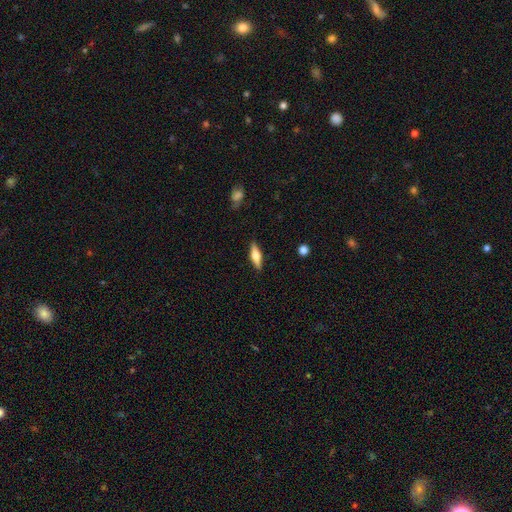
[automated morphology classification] Smooth or featured? smooth (48%)
Merging? none (88%)